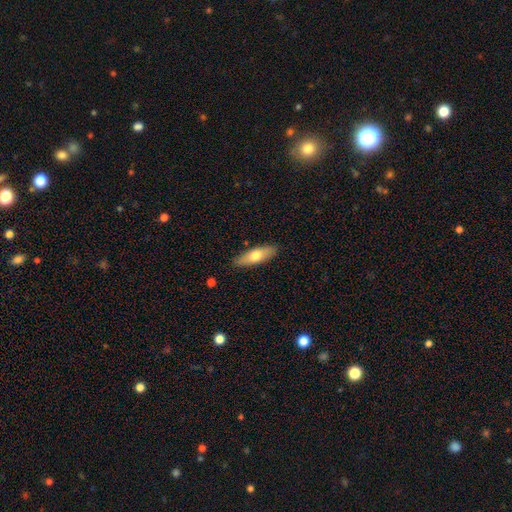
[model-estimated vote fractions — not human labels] Q: Smooth or featured?
A: smooth (67%); runner-up: featured or disk (28%)
Q: How rounded?
A: in between (58%); runner-up: cigar-shaped (40%)
Q: Merging?
A: none (87%); runner-up: minor disturbance (9%)